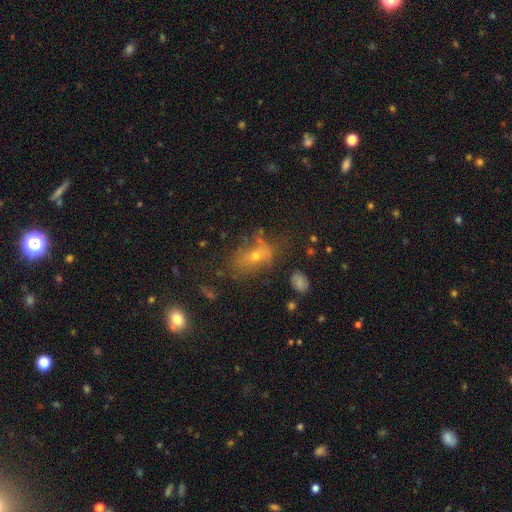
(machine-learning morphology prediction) type=smooth (46%); merging=none (49%).